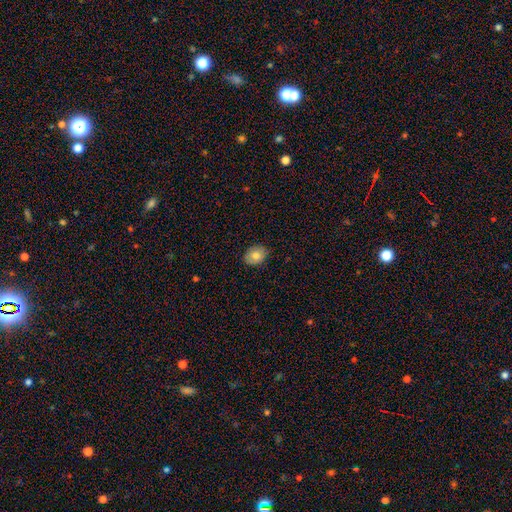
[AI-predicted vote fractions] A smooth galaxy with no disk features (78%) that is in between round and cigar-shaped (64%). Merging: none (87%).